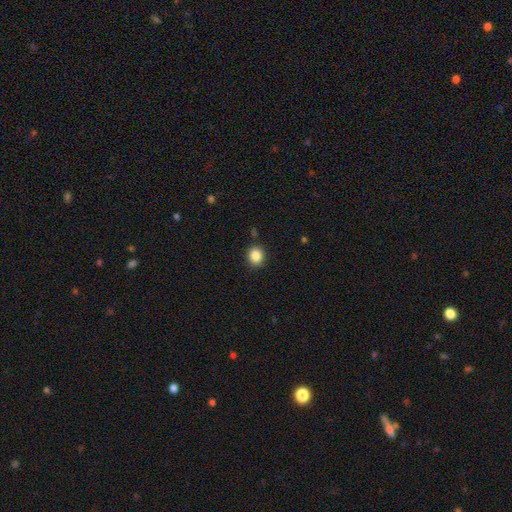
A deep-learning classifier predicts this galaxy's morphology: smooth_or_featured: smooth (p=0.86) [alt: star or artifact p=0.10]
how_rounded: round (p=0.78) [alt: in between p=0.21]
merging: none (p=0.89) [alt: minor disturbance p=0.07]